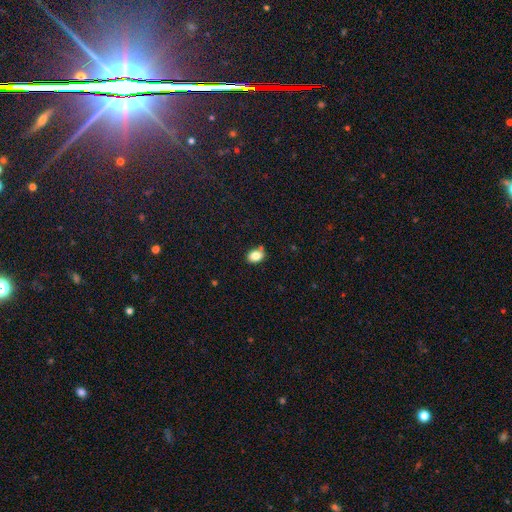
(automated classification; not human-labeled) smooth_or_featured: smooth (p=0.83) [alt: star or artifact p=0.09]
how_rounded: in between (p=0.72) [alt: round p=0.27]
merging: none (p=0.74) [alt: minor disturbance p=0.14]